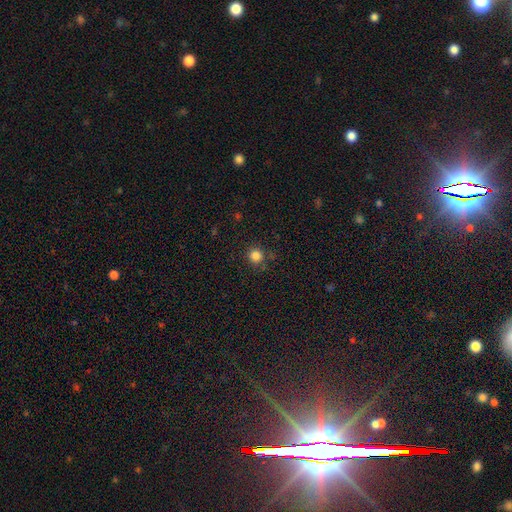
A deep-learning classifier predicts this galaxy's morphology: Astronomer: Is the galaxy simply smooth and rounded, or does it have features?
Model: smooth — 84%.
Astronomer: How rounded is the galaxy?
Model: round — 95%.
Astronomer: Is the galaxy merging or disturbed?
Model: none — 87%.